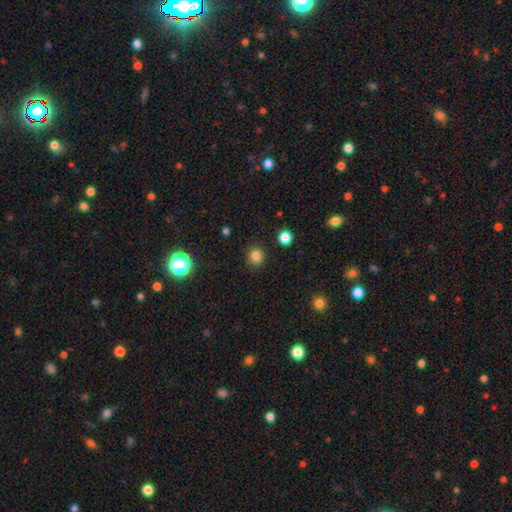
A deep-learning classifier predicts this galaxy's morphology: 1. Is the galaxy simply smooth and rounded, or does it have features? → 82% smooth, 14% star or artifact, 4% featured or disk.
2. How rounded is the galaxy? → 90% round, 9% in between, 1% cigar-shaped.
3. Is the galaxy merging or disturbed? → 89% none, 7% minor disturbance, 2% major disturbance, 2% merger.